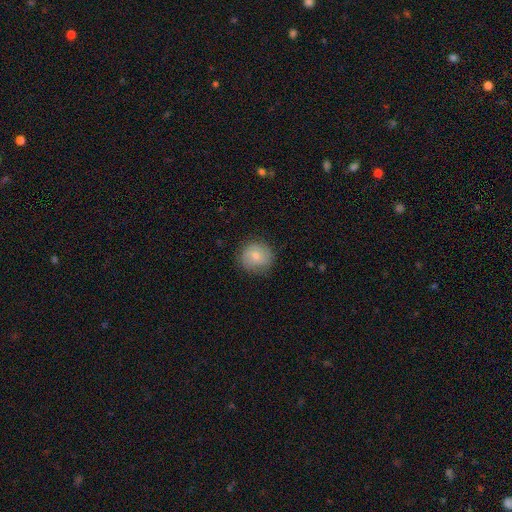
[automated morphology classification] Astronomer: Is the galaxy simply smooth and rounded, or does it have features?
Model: smooth — 57% (runner-up: featured or disk, 35%).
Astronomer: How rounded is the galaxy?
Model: round — 90%.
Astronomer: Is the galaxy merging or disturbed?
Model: none — 81%.